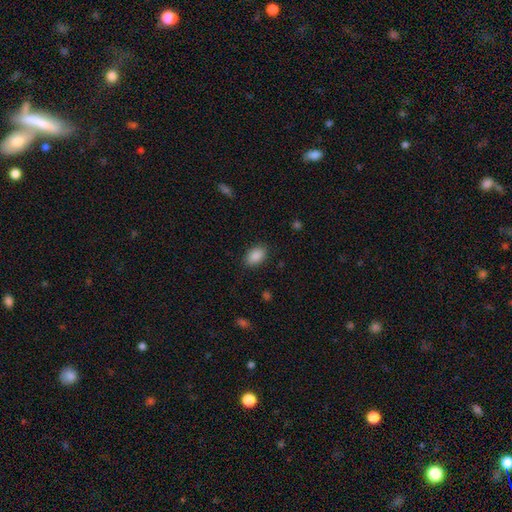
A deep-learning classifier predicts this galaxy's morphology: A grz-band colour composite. It shows a smooth galaxy with no disk features (88%) that is in between round and cigar-shaped (89%). Merging: none (86%).